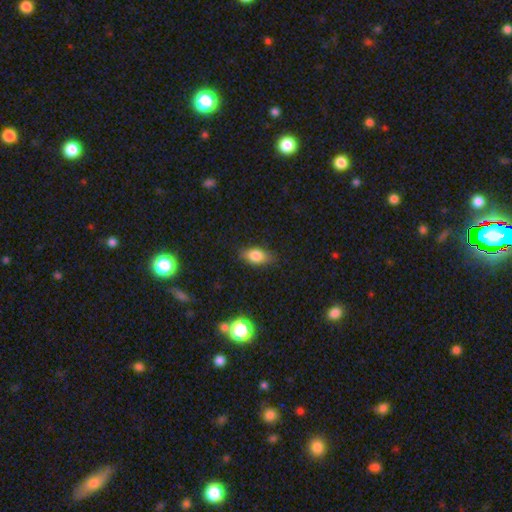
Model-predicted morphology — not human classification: Q: Smooth or featured?
A: smooth (80%); runner-up: featured or disk (11%)
Q: How rounded?
A: in between (85%); runner-up: round (8%)
Q: Merging?
A: none (83%); runner-up: minor disturbance (13%)